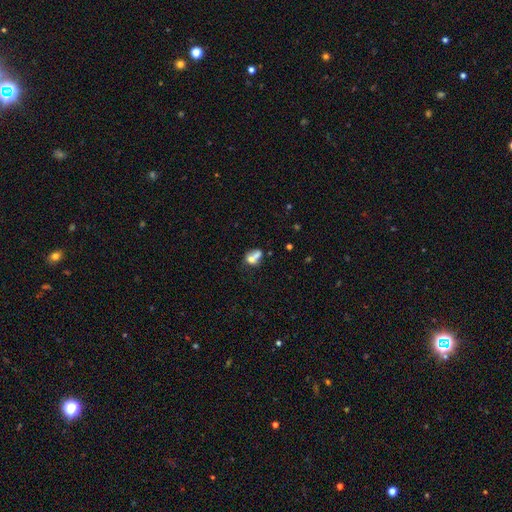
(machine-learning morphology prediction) Smooth or featured? smooth (62%)
How rounded? in between (52%)
Merging? merger (63%)